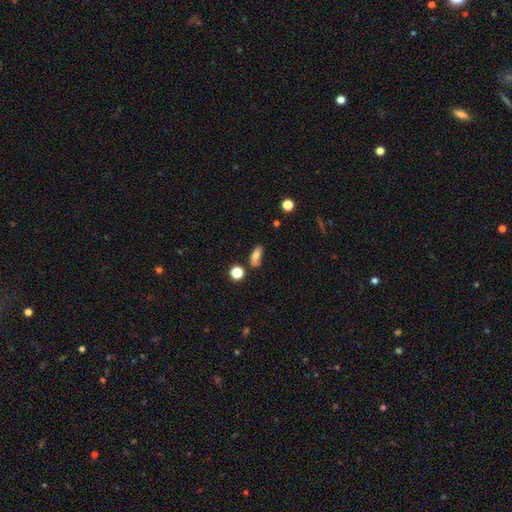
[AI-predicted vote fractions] A smooth galaxy with no disk features (72%) that is in between round and cigar-shaped (73%).

Vote fractions:
- Smooth or featured? smooth: 72% / featured or disk: 18% / star or artifact: 10%
- How rounded? in between: 73% / cigar-shaped: 19% / round: 7%
- Merging? none: 62% / minor disturbance: 24% / major disturbance: 7% / merger: 7%